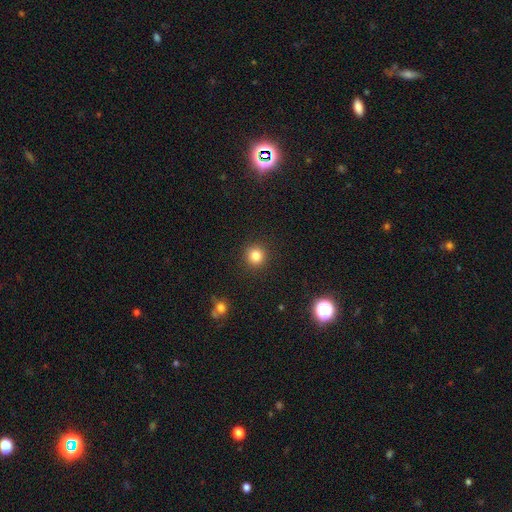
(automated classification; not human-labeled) This appears to be a smooth galaxy with no disk features (83%) that is round (93%). Merging: none (91%).